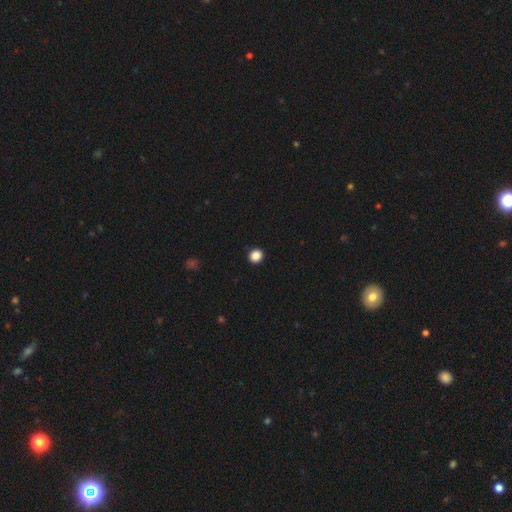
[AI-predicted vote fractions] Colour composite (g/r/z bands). It shows a smooth galaxy with no disk features (87%) that is round (89%). Merging: none (93%).